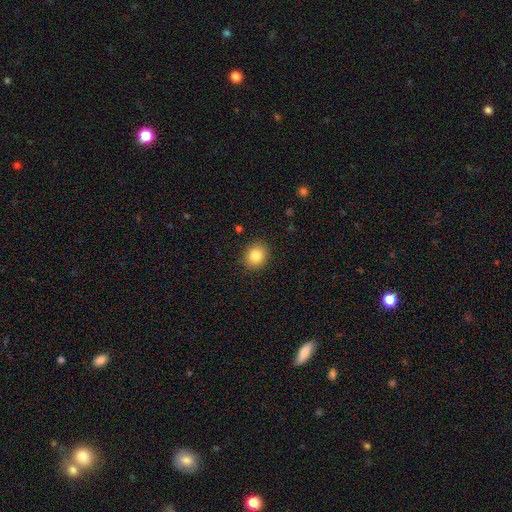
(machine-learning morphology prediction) Smooth or featured? Predicted: smooth (p=0.83). How rounded? Predicted: round (p=0.72). Merging? Predicted: none (p=0.89).